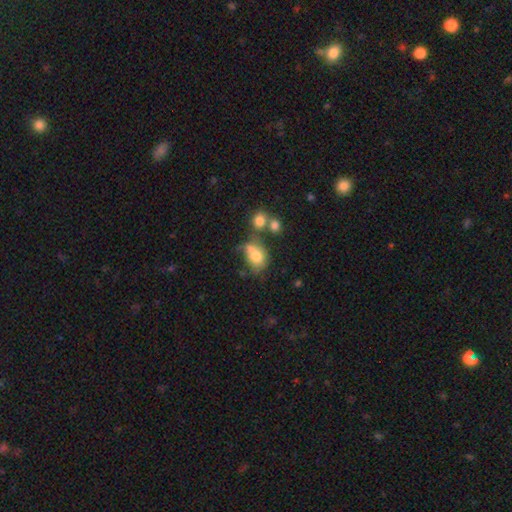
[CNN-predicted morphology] Smooth or featured?
  - smooth: 73% *
  - featured or disk: 16%
  - star or artifact: 11%
How rounded?
  - in between: 58% *
  - round: 41%
  - cigar-shaped: 1%
Merging?
  - merger: 37% *
  - none: 31%
  - minor disturbance: 19%
  - major disturbance: 13%